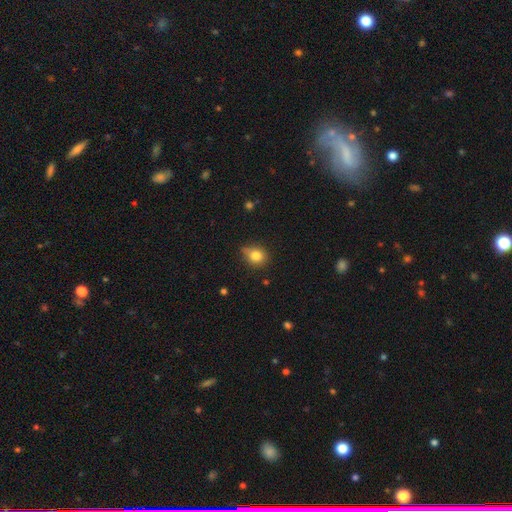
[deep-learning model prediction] Smooth or featured? smooth (80%)
How rounded? round (70%)
Merging? none (62%)